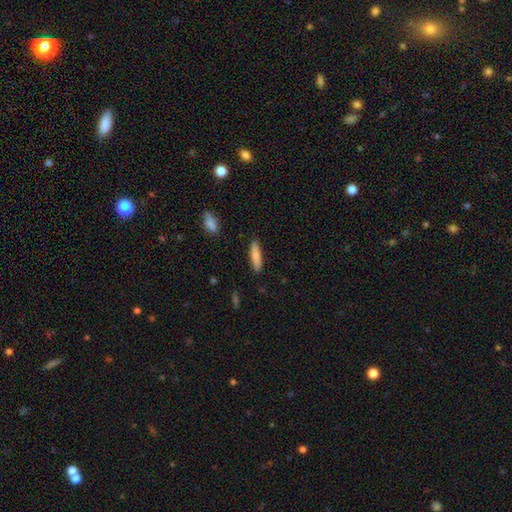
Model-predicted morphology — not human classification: This is clearly a smooth galaxy (83%). How rounded: likely cigar-shaped (74%). Merging: clearly none (88%).